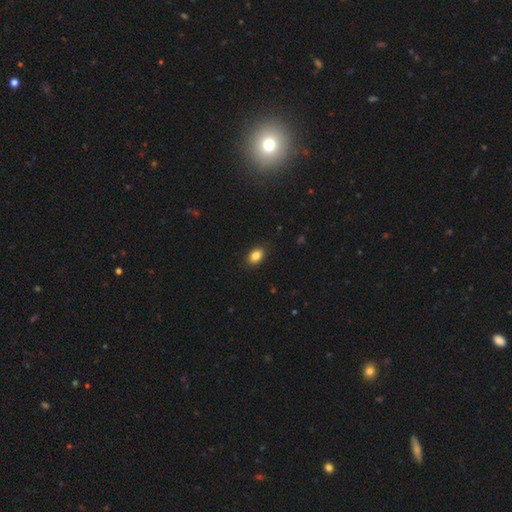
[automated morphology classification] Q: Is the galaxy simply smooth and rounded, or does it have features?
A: smooth — 85%.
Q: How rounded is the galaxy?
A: in between — 79%.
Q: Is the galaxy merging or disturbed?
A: none — 87%.